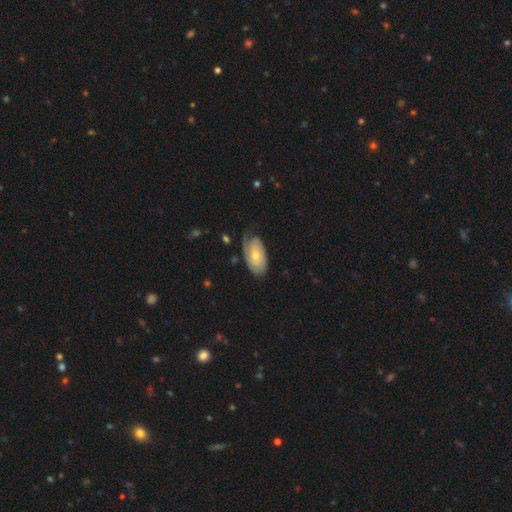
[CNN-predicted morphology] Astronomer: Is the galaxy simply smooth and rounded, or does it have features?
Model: featured or disk — 49% (runner-up: smooth, 45%).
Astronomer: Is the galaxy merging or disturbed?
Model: none — 54% (runner-up: minor disturbance, 31%).